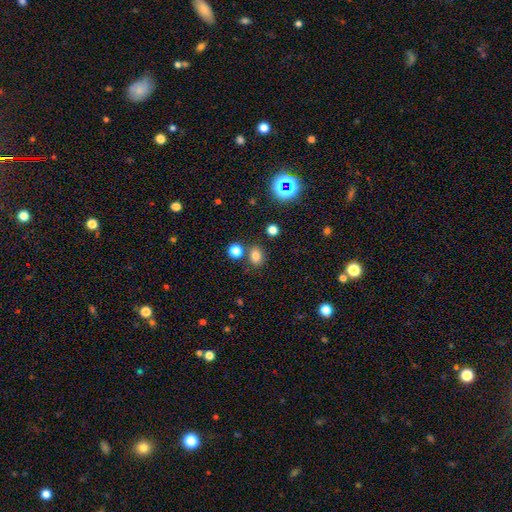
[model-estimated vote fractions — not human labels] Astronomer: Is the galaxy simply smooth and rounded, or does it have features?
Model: smooth — 76%.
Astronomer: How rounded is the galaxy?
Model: round — 51% (runner-up: in between, 48%).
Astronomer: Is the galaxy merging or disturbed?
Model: none — 76%.